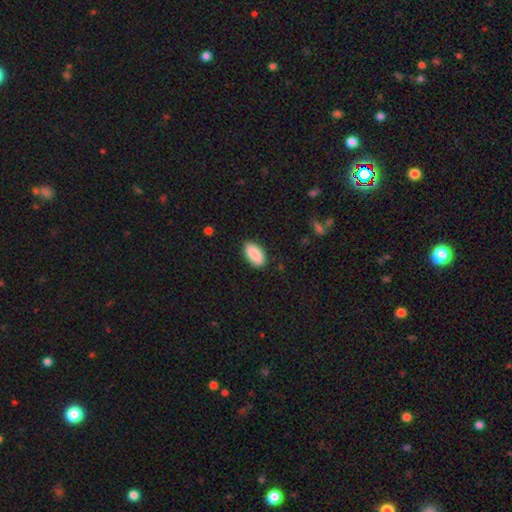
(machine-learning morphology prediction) Smooth or featured? Predicted: smooth (p=0.87). How rounded? Predicted: in between (p=0.93). Merging? Predicted: none (p=0.84).